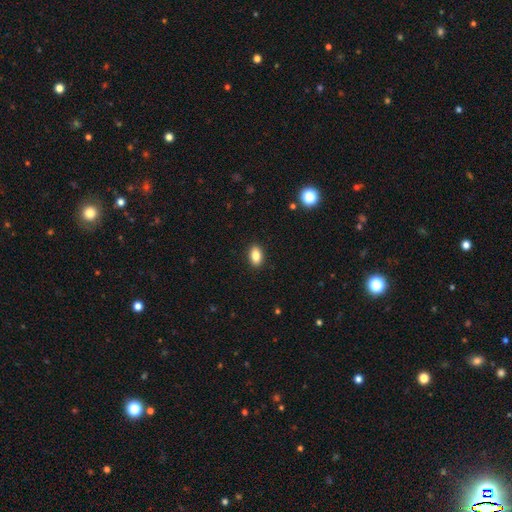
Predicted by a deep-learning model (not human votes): A smooth galaxy with no disk features (84%) that is in between round and cigar-shaped (88%). Merging: none (90%).